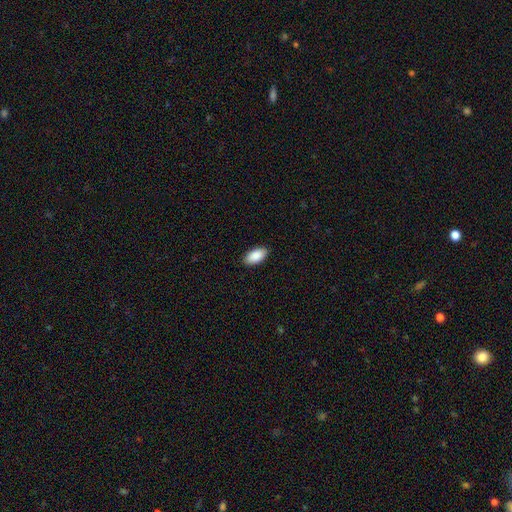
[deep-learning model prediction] This is clearly a smooth galaxy (89%). How rounded: clearly in between (95%). Merging: clearly none (89%).